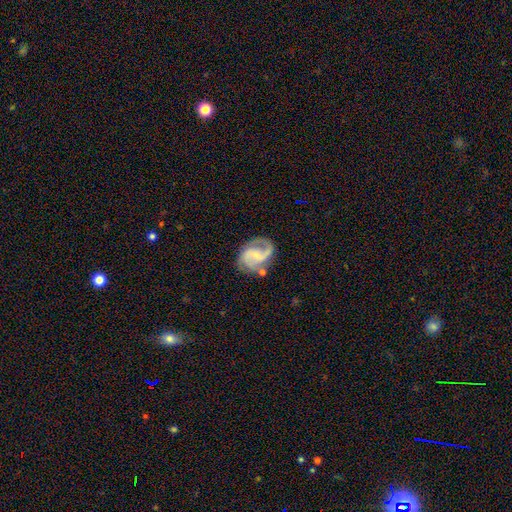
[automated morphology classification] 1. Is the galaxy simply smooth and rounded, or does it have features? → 85% featured or disk, 10% smooth, 5% star or artifact.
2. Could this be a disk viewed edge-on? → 98% no, 2% yes.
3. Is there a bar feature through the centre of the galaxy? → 49% weak, 32% no, 19% strong.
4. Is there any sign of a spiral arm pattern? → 96% yes, 4% no.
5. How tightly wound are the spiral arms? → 52% medium, 30% loose, 18% tight.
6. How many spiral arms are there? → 85% 2, 5% 1, 4% can't tell, 3% 3, 1% 4, 1% more than 4.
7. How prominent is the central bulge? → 60% small, 22% moderate, 15% none, 2% large, 1% dominant.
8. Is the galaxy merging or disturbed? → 64% none, 20% minor disturbance, 10% major disturbance, 6% merger.